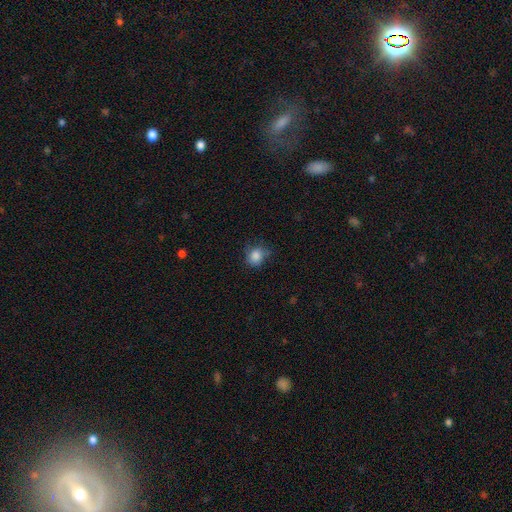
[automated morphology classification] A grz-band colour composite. It shows a smooth galaxy with no disk features (84%) that is round (74%). Merging: none (61%).